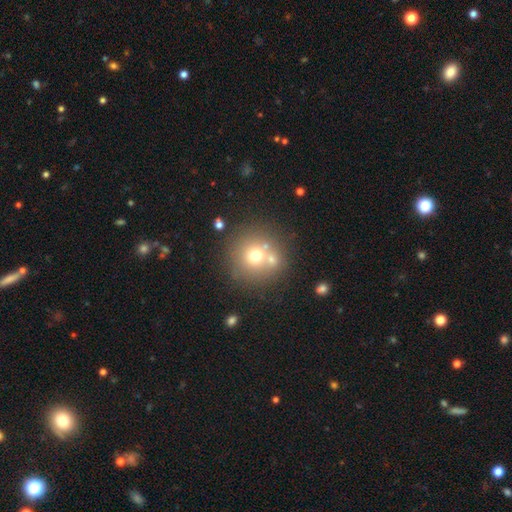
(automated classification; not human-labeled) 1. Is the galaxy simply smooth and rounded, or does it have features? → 66% smooth, 19% featured or disk, 15% star or artifact.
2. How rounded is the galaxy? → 93% round, 6% in between, 1% cigar-shaped.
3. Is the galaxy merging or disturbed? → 66% none, 21% merger, 9% minor disturbance, 5% major disturbance.